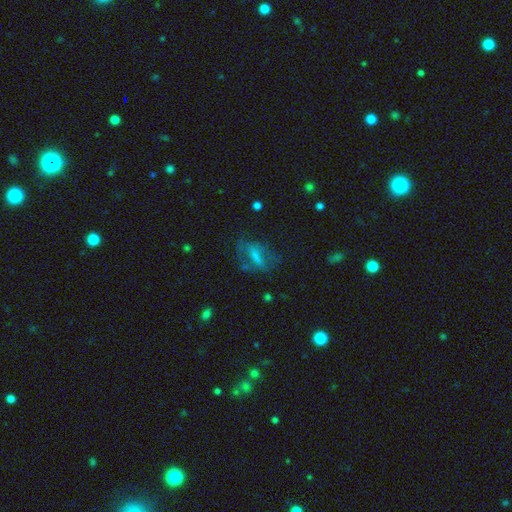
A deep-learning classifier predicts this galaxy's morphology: The model was most divided on "smooth or featured" (2-way tie): smooth: 41%, featured or disk: 41%, star or artifact: 18%. More confident: merging — none (55%).